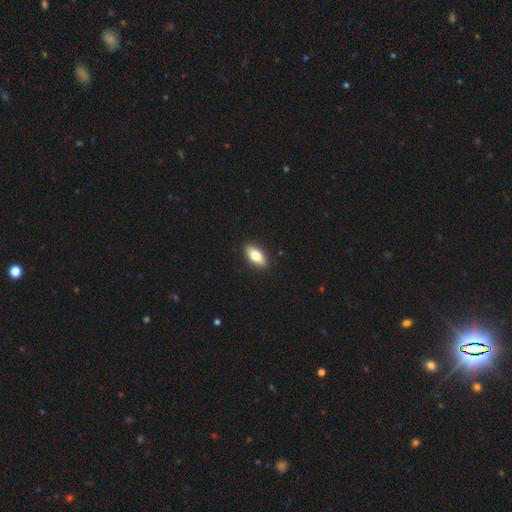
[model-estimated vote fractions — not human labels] A smooth galaxy with no disk features (75%) that is in between round and cigar-shaped (85%).

Vote fractions:
- Smooth or featured? smooth: 75% / featured or disk: 19% / star or artifact: 7%
- How rounded? in between: 85% / cigar-shaped: 11% / round: 4%
- Merging? none: 91% / minor disturbance: 7% / major disturbance: 2% / merger: 1%